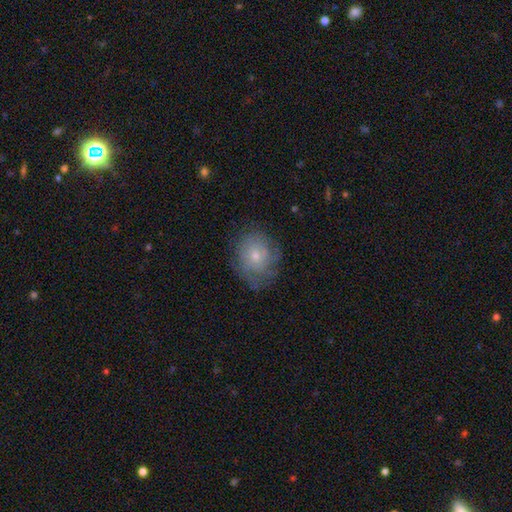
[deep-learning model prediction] smooth 54%, featured or disk 36%, star or artifact 10%. Down the decision tree: how rounded — round (62%); merging — none (66%).